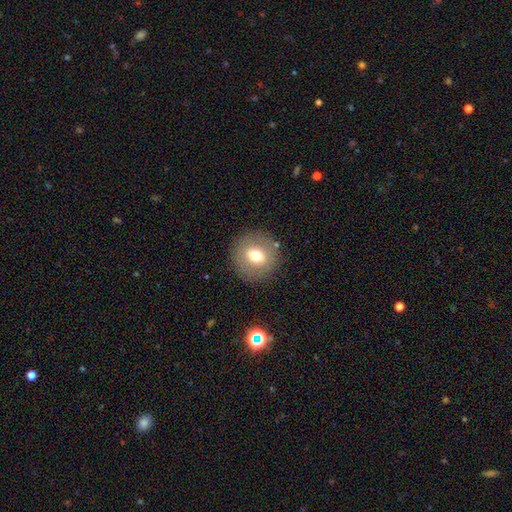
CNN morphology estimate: This is likely a smooth galaxy (65%). How rounded: clearly round (89%). Merging: clearly none (87%).